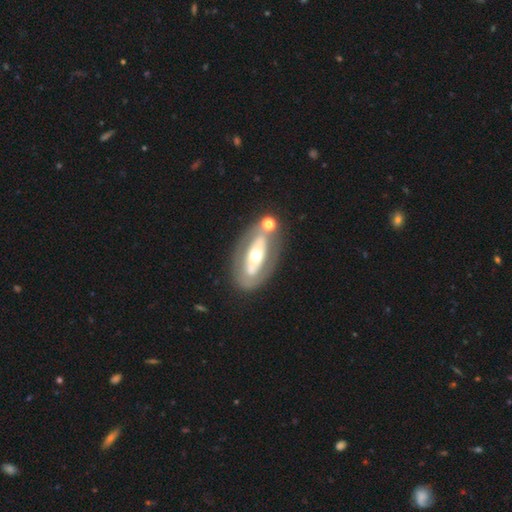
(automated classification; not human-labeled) The model was most divided on "smooth or featured": featured or disk: 64%, smooth: 30%, star or artifact: 6%. More confident: edge-on disk — no (86%); spiral arms — no (84%); bar — no (75%); bulge size — moderate (68%); merging — none (68%).